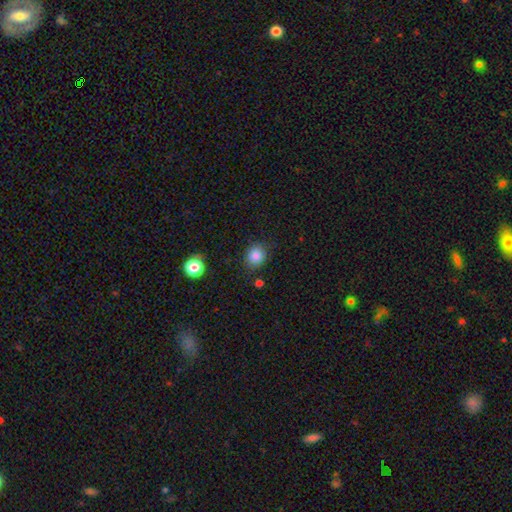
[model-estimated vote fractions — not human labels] smooth-or-featured: smooth: 85% | star or artifact: 10% | featured or disk: 5%
  how-rounded: round: 74% | in between: 25% | cigar-shaped: 1%
  merging: none: 83% | minor disturbance: 12% | major disturbance: 3% | merger: 3%